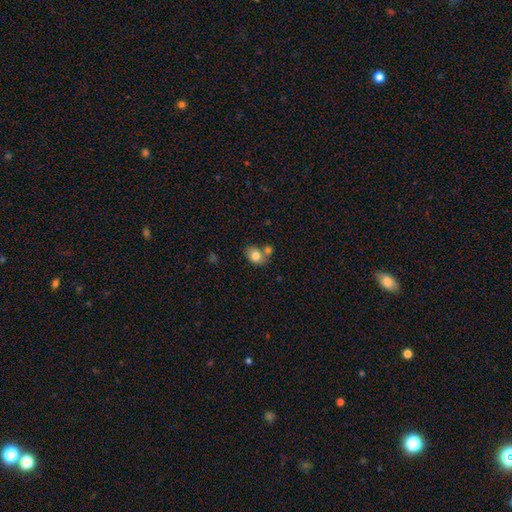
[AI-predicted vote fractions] Overall: smooth (80%). How rounded: in between (53%; round 46%). Merging: none (51%; merger 31%).